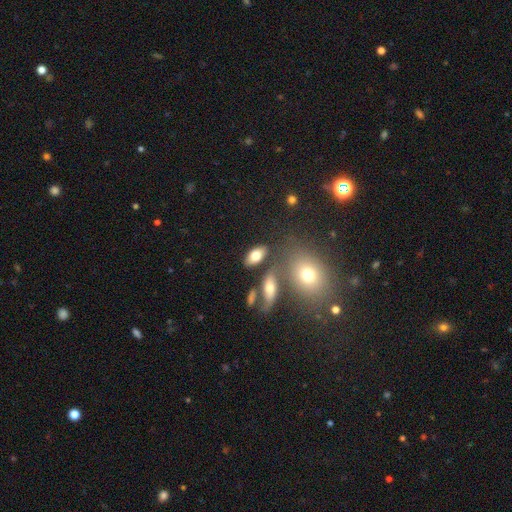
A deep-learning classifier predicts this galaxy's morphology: smooth-or-featured: smooth: 76% | featured or disk: 16% | star or artifact: 8%
  how-rounded: in between: 89% | round: 6% | cigar-shaped: 5%
  merging: none: 72% | merger: 12% | minor disturbance: 12% | major disturbance: 5%